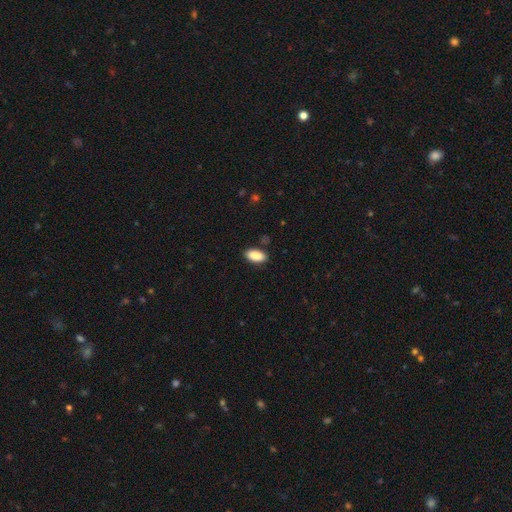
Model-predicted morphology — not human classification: Smooth or featured?
  - smooth: 89% *
  - star or artifact: 7%
  - featured or disk: 4%
How rounded?
  - in between: 92% *
  - cigar-shaped: 5%
  - round: 3%
Merging?
  - none: 86% *
  - minor disturbance: 10%
  - major disturbance: 2%
  - merger: 1%